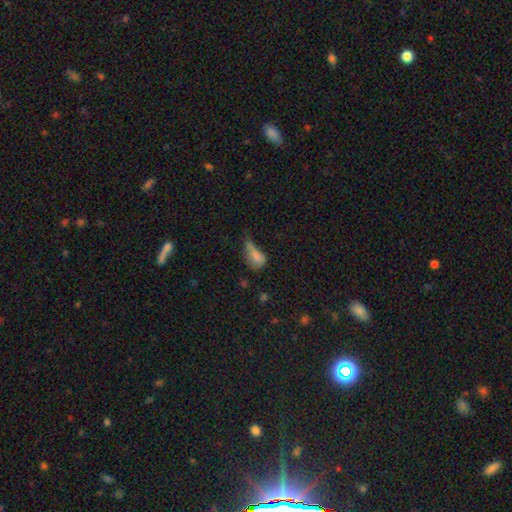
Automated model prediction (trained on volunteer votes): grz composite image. It shows a smooth galaxy with no disk features (67%) that is in between round and cigar-shaped (79%). Merging: major disturbance (38%).